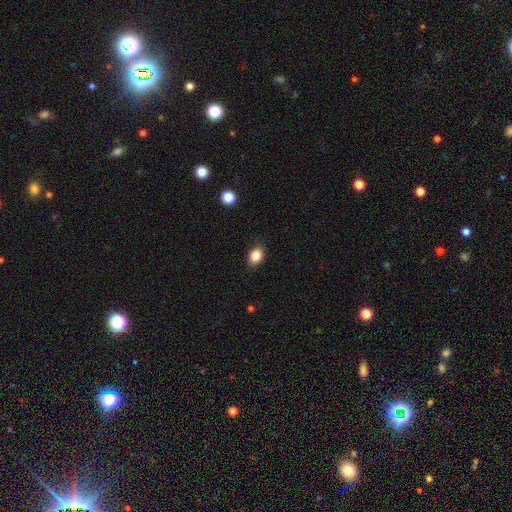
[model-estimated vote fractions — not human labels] A smooth galaxy with no disk features (85%) that is in between round and cigar-shaped (66%). Merging: none (85%).